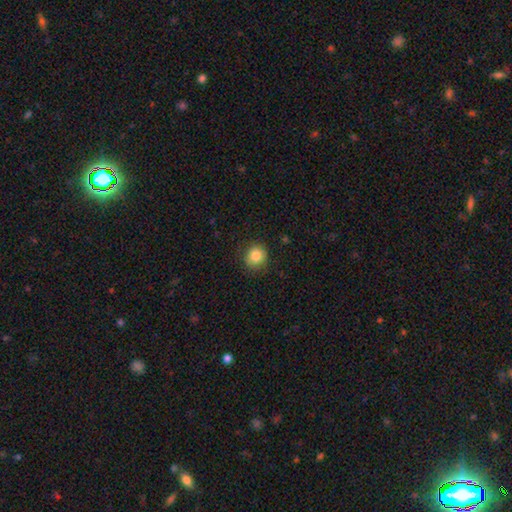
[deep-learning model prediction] Smooth or featured? Predicted: smooth (p=0.84). How rounded? Predicted: round (p=0.84). Merging? Predicted: none (p=0.82).